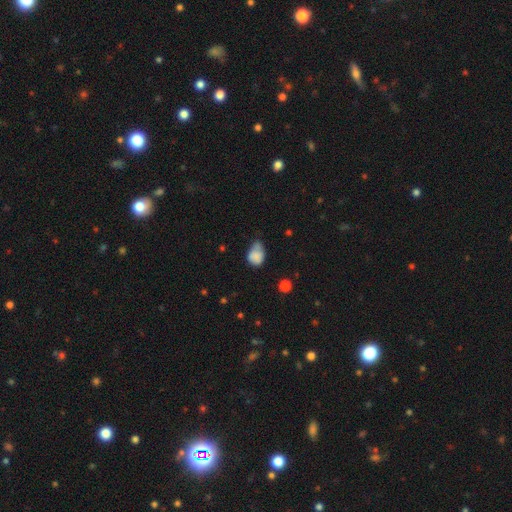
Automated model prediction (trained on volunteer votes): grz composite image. It shows a smooth galaxy with no disk features (78%) that is in between round and cigar-shaped (68%). Merging: minor disturbance (47%).